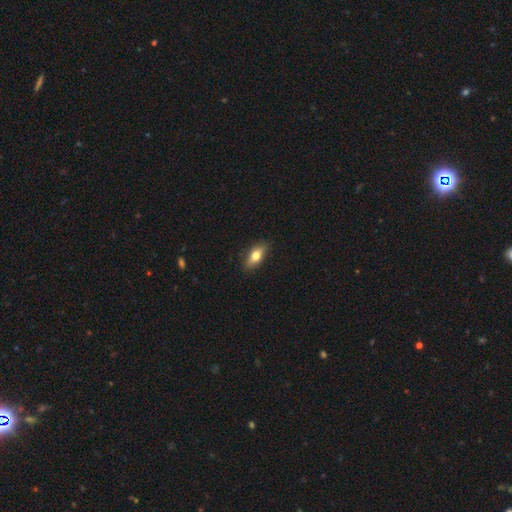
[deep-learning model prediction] Smooth or featured? smooth (70%)
How rounded? in between (77%)
Merging? none (87%)